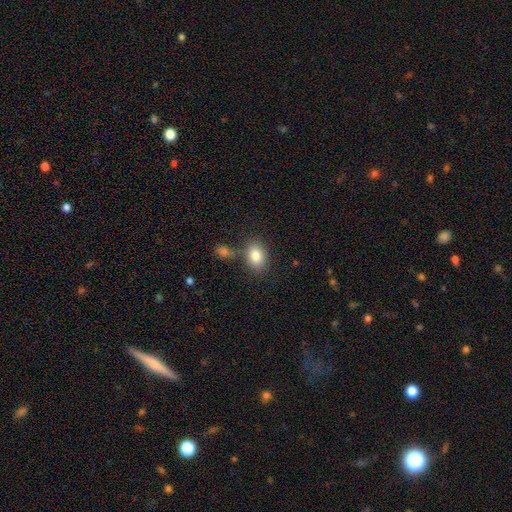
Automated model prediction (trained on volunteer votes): This appears to be a smooth galaxy with no disk features (84%) that is in between round and cigar-shaped (76%). Merging: none (74%).